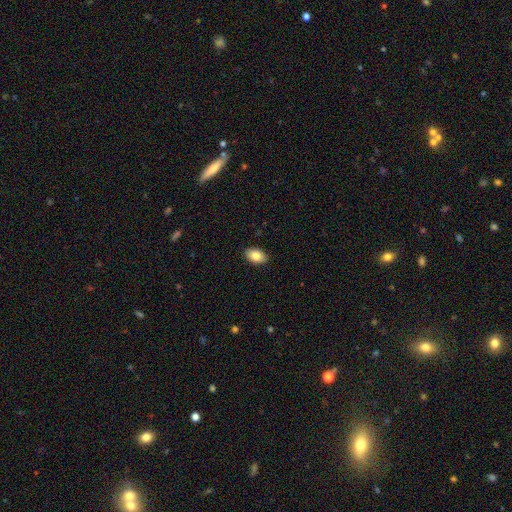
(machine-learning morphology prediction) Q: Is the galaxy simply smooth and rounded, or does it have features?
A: smooth — 85%.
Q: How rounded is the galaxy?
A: in between — 90%.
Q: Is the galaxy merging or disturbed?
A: none — 90%.